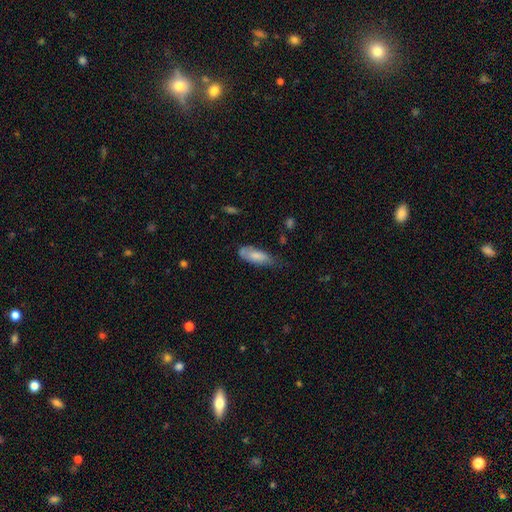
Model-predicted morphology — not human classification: smooth-or-featured: smooth: 77% | featured or disk: 17% | star or artifact: 6%
  how-rounded: in between: 74% | cigar-shaped: 24% | round: 2%
  merging: none: 48% | minor disturbance: 38% | major disturbance: 11% | merger: 3%